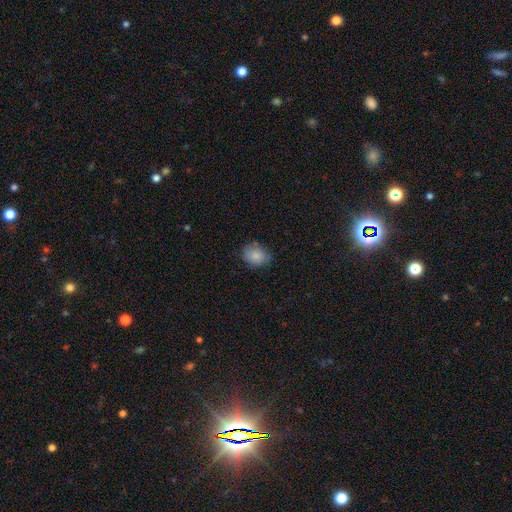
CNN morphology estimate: The model was most divided on "how rounded": in between: 51%, round: 48%, cigar-shaped: 1%. More confident: smooth or featured — smooth (84%); merging — none (72%).